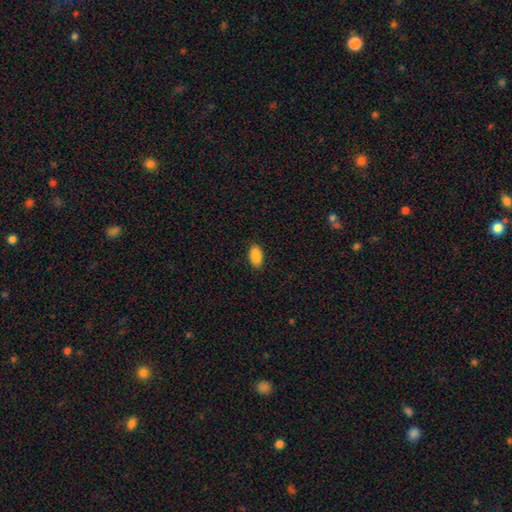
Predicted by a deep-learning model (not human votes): The model was most divided on "merging": none: 88%, minor disturbance: 9%, major disturbance: 2%, merger: 1%. More confident: how rounded — in between (93%); smooth or featured — smooth (89%).